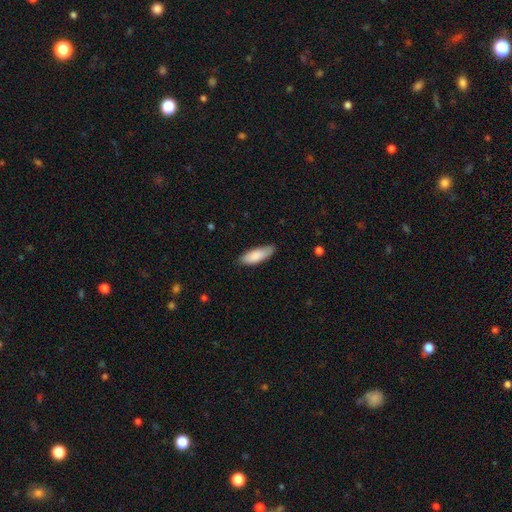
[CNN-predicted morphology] Q: Smooth or featured?
A: smooth (85%); runner-up: featured or disk (10%)
Q: How rounded?
A: in between (66%); runner-up: cigar-shaped (32%)
Q: Merging?
A: none (76%); runner-up: minor disturbance (20%)